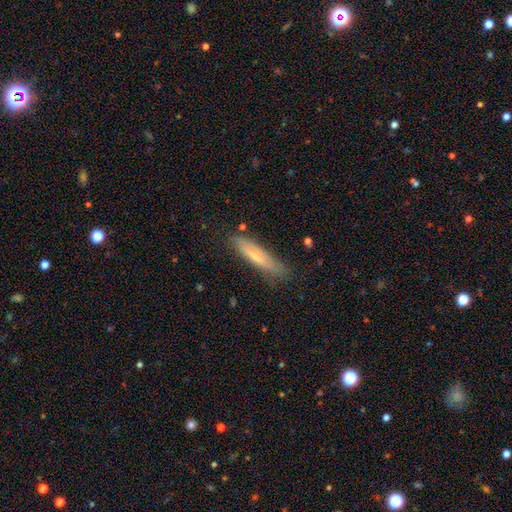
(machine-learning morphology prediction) Smooth or featured: smooth — 58% (featured or disk — 36%)
How rounded: cigar-shaped — 83% (in between — 16%)
Merging: none — 78% (minor disturbance — 17%)